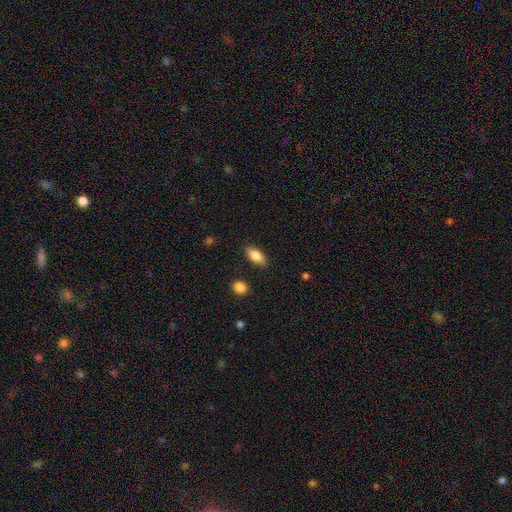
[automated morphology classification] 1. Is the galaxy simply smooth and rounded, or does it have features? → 81% smooth, 13% featured or disk, 7% star or artifact.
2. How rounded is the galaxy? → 83% in between, 14% cigar-shaped, 3% round.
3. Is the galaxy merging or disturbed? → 86% none, 10% minor disturbance, 3% major disturbance, 2% merger.